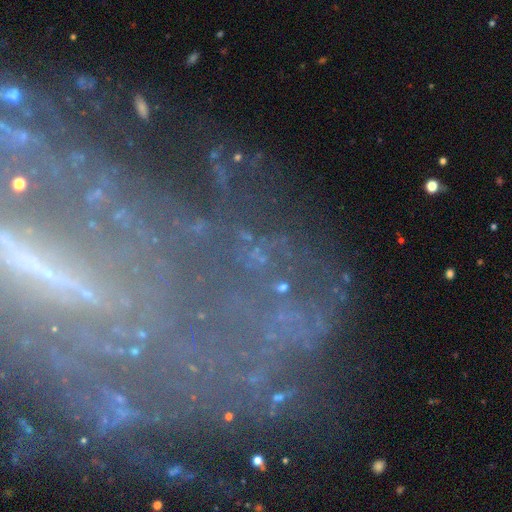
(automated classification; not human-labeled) The model was most divided on "smooth or featured": star or artifact: 66%, featured or disk: 20%, smooth: 14%.